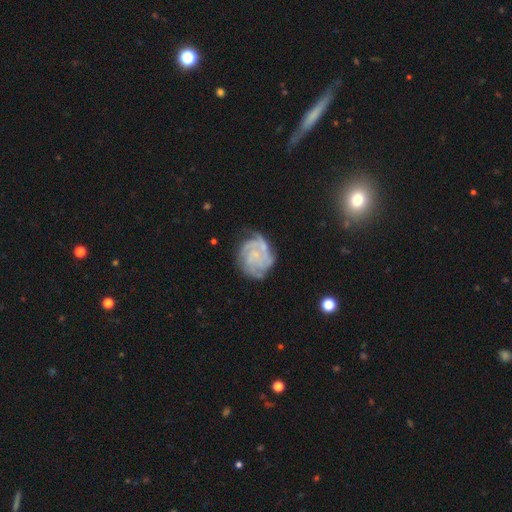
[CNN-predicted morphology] The model was most divided on "spiral arm count" (3-way tie): 3: 25%, 4: 25%, can't tell: 25%, 2: 10%, more than 4: 8%, 1: 7%. More confident: edge-on disk — no (98%); spiral arms — yes (95%); smooth or featured — featured or disk (81%); bar — no (73%); spiral winding — tight (68%); merging — none (67%); bulge size — small (54%).